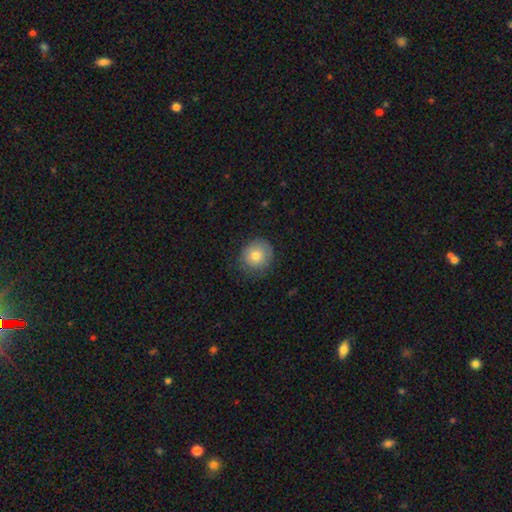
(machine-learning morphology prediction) Smooth or featured: smooth — 76% (featured or disk — 15%)
How rounded: round — 89% (in between — 10%)
Merging: none — 78% (minor disturbance — 16%)